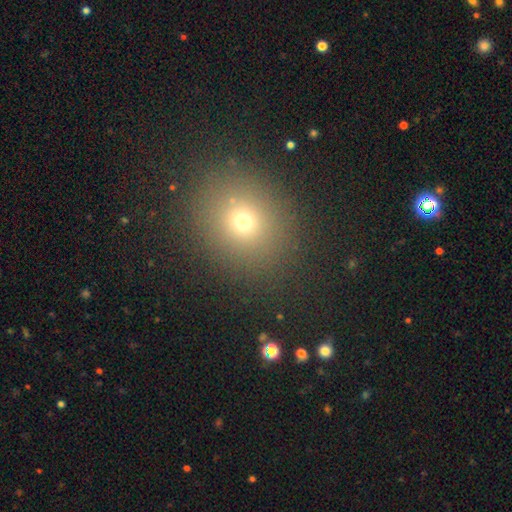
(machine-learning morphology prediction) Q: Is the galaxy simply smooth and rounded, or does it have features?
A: smooth — 64%.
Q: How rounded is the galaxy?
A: round — 71%.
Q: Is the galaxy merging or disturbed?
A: none — 90%.